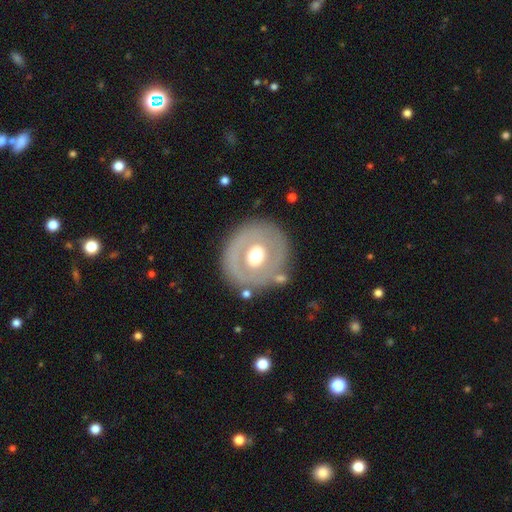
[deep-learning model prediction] This is possibly a featured or disk galaxy (53%). It is clearly not viewed edge-on (95%). Merging: likely none (78%).